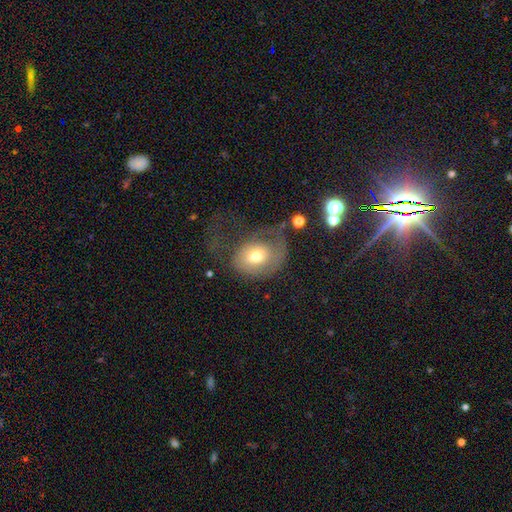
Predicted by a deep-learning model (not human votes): smooth_or_featured: smooth (p=0.56) [alt: featured or disk p=0.36]
how_rounded: in between (p=0.55) [alt: round p=0.44]
merging: major disturbance (p=0.55) [alt: none p=0.23]